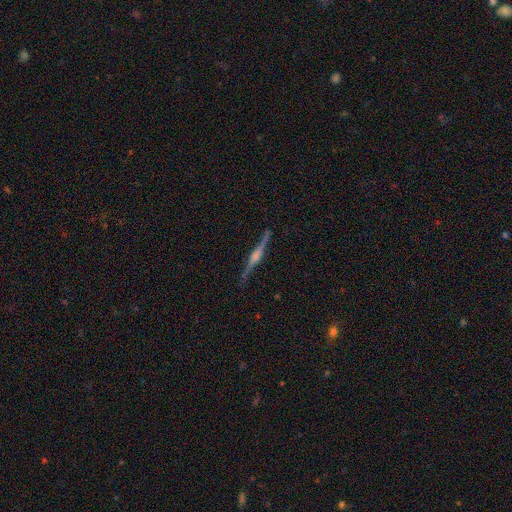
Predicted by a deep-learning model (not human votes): This is clearly a featured or disk galaxy (84%). It is clearly viewed edge-on (97%). Edge-on bulge: likely rounded (73%). Merging: clearly none (85%).